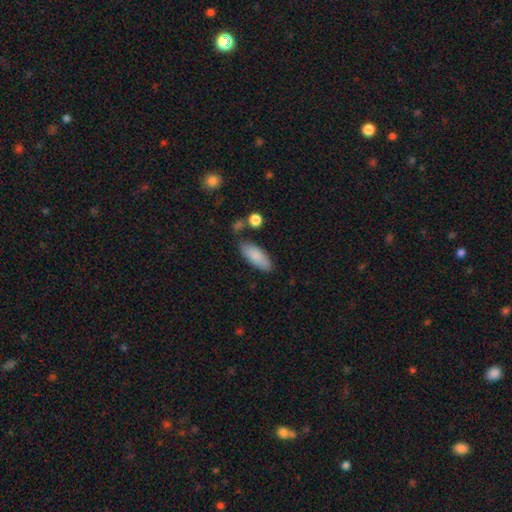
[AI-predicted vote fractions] Smooth or featured: smooth — 84% (featured or disk — 10%)
How rounded: in between — 78% (cigar-shaped — 20%)
Merging: none — 74% (minor disturbance — 17%)